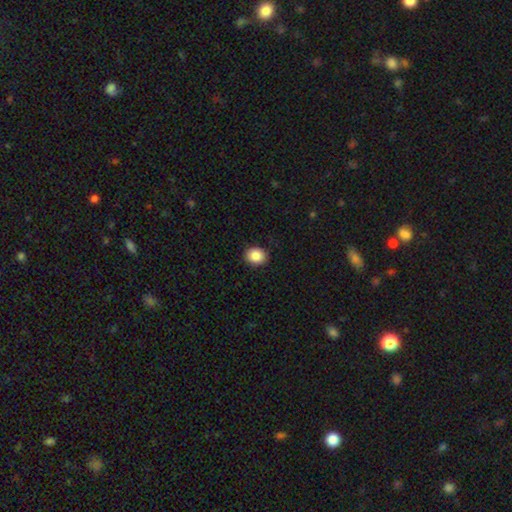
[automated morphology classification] Q: Smooth or featured?
A: smooth (87%); runner-up: star or artifact (8%)
Q: How rounded?
A: round (60%); runner-up: in between (39%)
Q: Merging?
A: none (90%); runner-up: minor disturbance (7%)